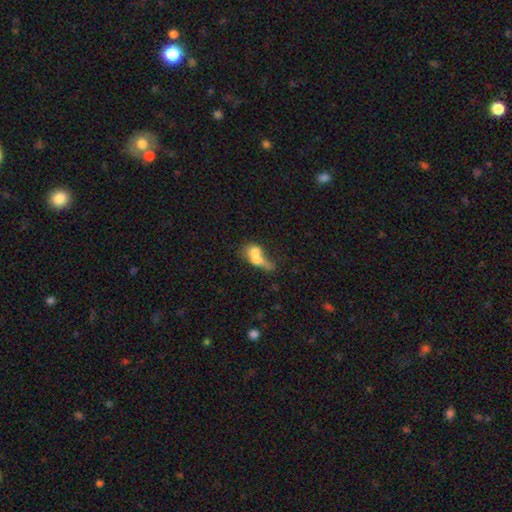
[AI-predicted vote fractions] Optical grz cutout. It shows a smooth galaxy with no disk features (62%) that is in between round and cigar-shaped (48%). Merging: merger (70%).